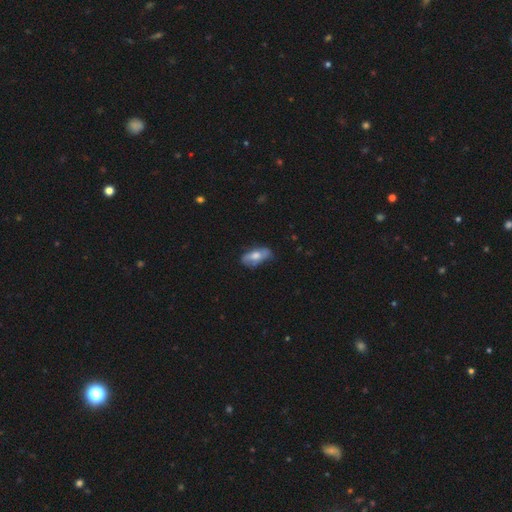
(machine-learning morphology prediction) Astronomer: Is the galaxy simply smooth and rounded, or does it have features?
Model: smooth — 51% (runner-up: featured or disk, 42%).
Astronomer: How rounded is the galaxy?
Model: in between — 86%.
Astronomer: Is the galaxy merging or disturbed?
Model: none — 68%.